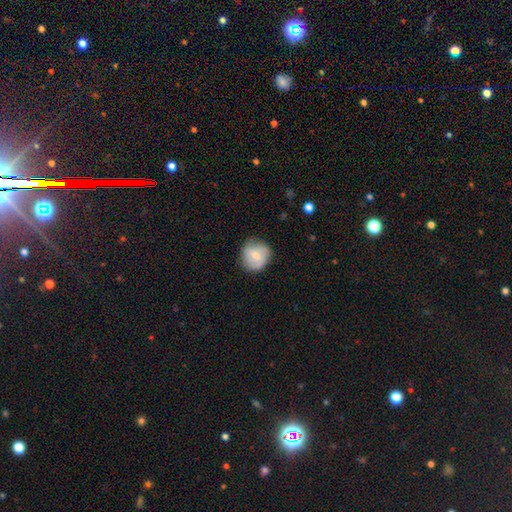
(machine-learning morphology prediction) Smooth or featured? Predicted: smooth (p=0.63). How rounded? Predicted: round (p=0.88). Merging? Predicted: none (p=0.74).